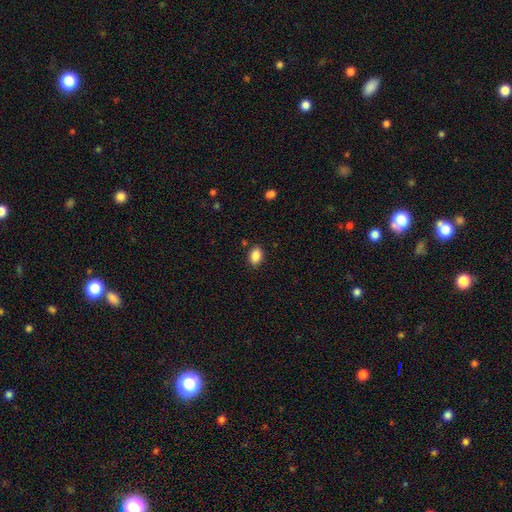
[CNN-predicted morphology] The model was most divided on "how rounded": in between: 85%, round: 13%, cigar-shaped: 1%. More confident: smooth or featured — smooth (88%); merging — none (86%).